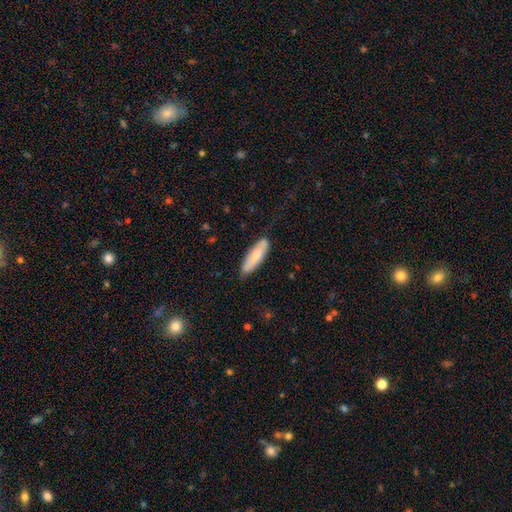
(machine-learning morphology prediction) Q: Smooth or featured?
A: smooth (74%); runner-up: featured or disk (21%)
Q: How rounded?
A: cigar-shaped (50%); runner-up: in between (48%)
Q: Merging?
A: none (76%); runner-up: minor disturbance (19%)